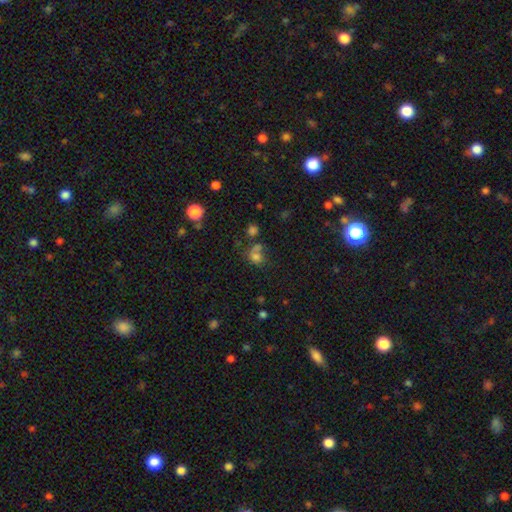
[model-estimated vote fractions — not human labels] smooth_or_featured: smooth (p=0.63) [alt: star or artifact p=0.22]
how_rounded: round (p=0.66) [alt: in between p=0.32]
merging: none (p=0.40) [alt: merger p=0.34]